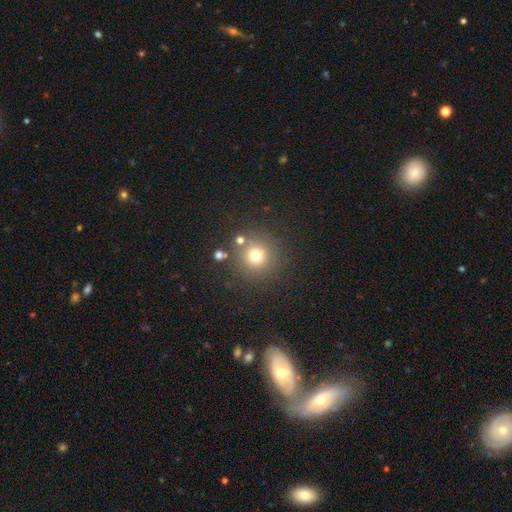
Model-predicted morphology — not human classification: type=smooth (73%); roundness=round (94%); merging=none (80%).